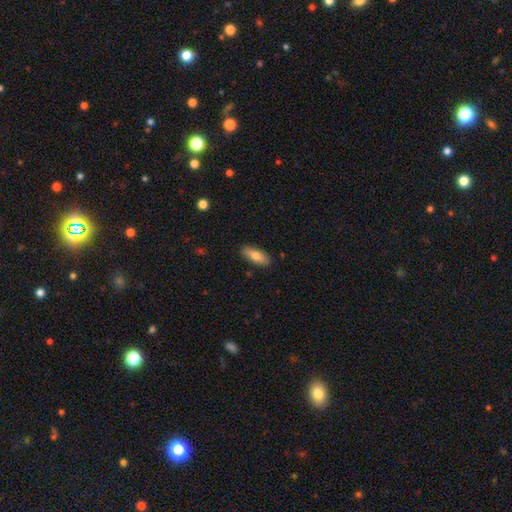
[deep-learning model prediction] Morphology: type=smooth (74%); roundness=in between (74%); merging=none (86%).